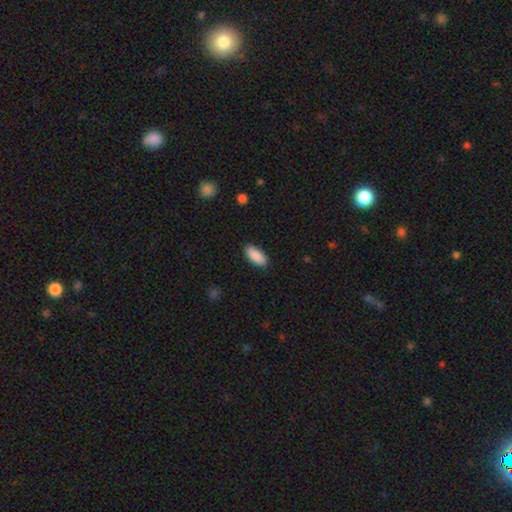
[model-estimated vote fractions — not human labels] Smooth or featured? smooth (90%)
How rounded? in between (87%)
Merging? none (88%)